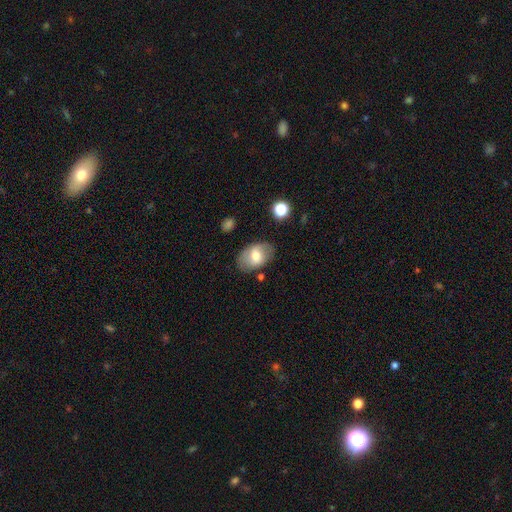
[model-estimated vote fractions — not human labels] A smooth galaxy with no disk features (63%) that is in between round and cigar-shaped (87%).

Vote fractions:
- Smooth or featured? smooth: 63% / featured or disk: 30% / star or artifact: 7%
- How rounded? in between: 87% / round: 12% / cigar-shaped: 1%
- Merging? none: 76% / minor disturbance: 17% / major disturbance: 5% / merger: 2%